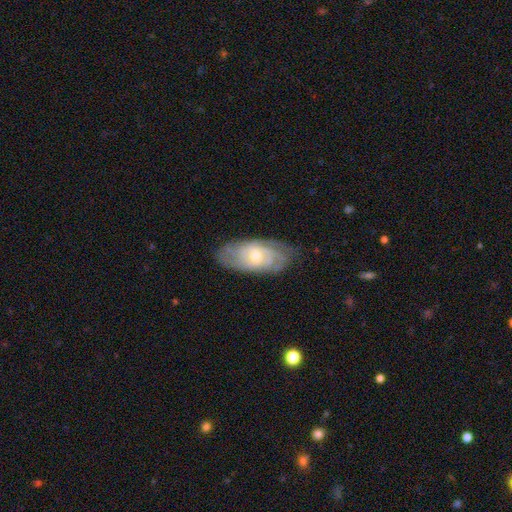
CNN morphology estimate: Smooth or featured: featured or disk — 71% (smooth — 23%)
Edge-on disk: no — 92% (yes — 8%)
Bar: no — 67% (weak — 28%)
Spiral arms: yes — 86% (no — 14%)
Spiral winding: tight — 64% (medium — 28%)
Spiral arm count: can't tell — 54% (2 — 20%)
Bulge size: moderate — 49% (small — 47%)
Merging: none — 72% (minor disturbance — 21%)